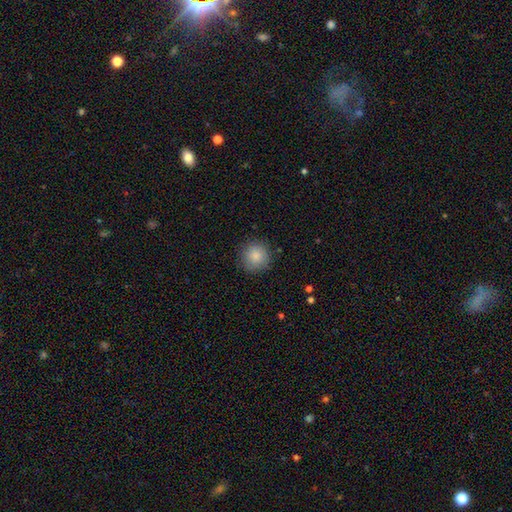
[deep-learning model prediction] Q: Smooth or featured?
A: smooth (86%); runner-up: star or artifact (9%)
Q: How rounded?
A: round (94%); runner-up: in between (6%)
Q: Merging?
A: none (87%); runner-up: minor disturbance (9%)